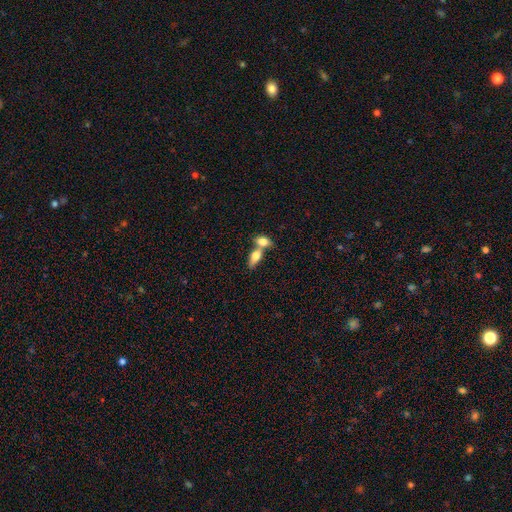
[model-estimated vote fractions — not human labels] This is likely a smooth galaxy (72%). How rounded: likely in between (79%). Merging: likely merger (64%).